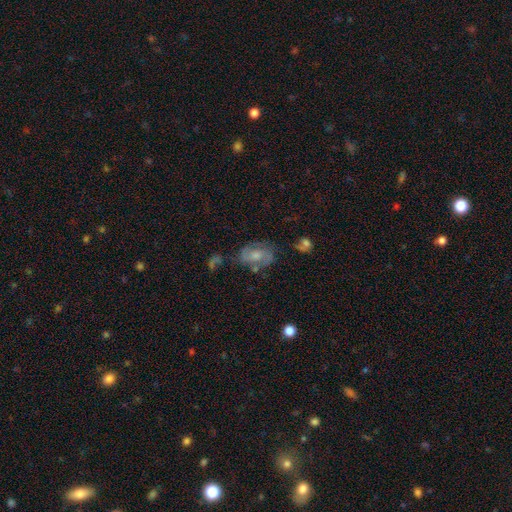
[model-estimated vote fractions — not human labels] Smooth or featured?
  - featured or disk: 57% *
  - smooth: 33%
  - star or artifact: 10%
Edge-on disk?
  - no: 96% *
  - yes: 4%
Bar?
  - no: 63% *
  - weak: 31%
  - strong: 6%
Spiral arms?
  - yes: 76% *
  - no: 24%
Bulge size?
  - moderate: 52% *
  - small: 24%
  - large: 14%
  - none: 9%
  - dominant: 2%
Merging?
  - none: 55% *
  - minor disturbance: 23%
  - major disturbance: 14%
  - merger: 8%